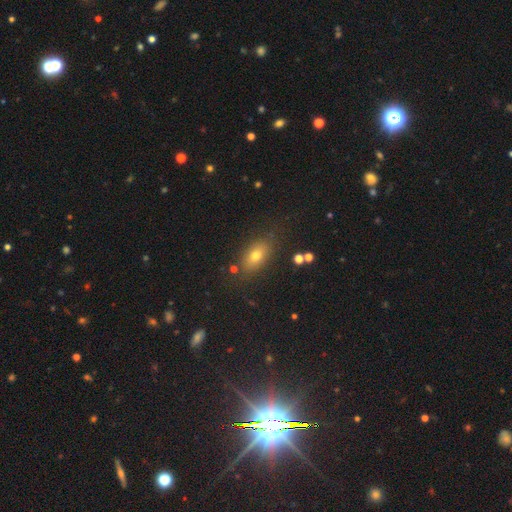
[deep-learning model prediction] smooth-or-featured: smooth: 68% | star or artifact: 19% | featured or disk: 14%
  how-rounded: in between: 77% | round: 17% | cigar-shaped: 6%
  merging: none: 81% | minor disturbance: 12% | major disturbance: 4% | merger: 3%